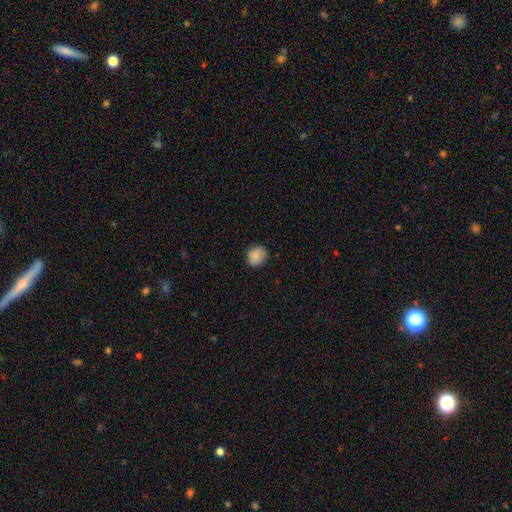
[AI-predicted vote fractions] smooth 83%, featured or disk 9%, star or artifact 8%. Down the decision tree: how rounded — round (74%); merging — none (82%).